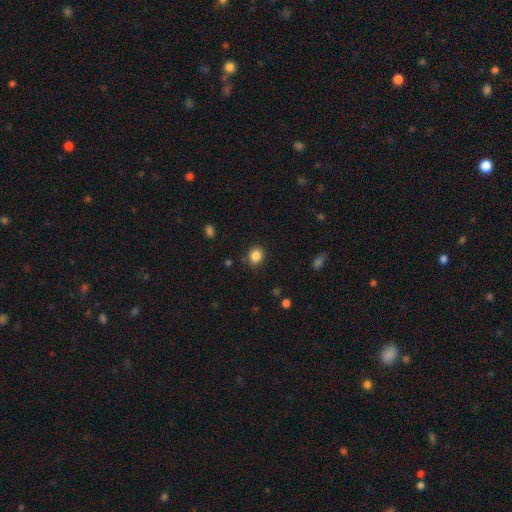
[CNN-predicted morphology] Smooth or featured? Predicted: smooth (p=0.85). How rounded? Predicted: round (p=0.78). Merging? Predicted: none (p=0.86).